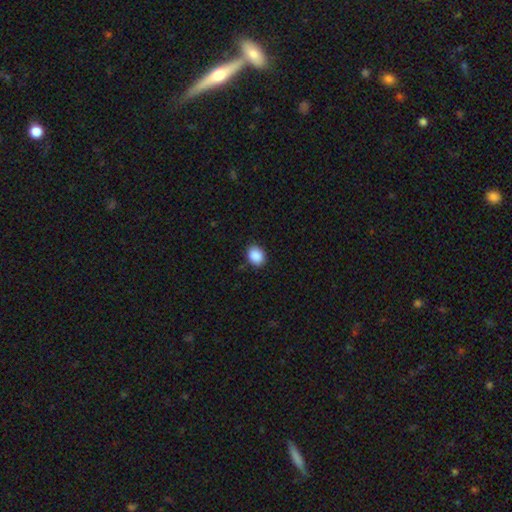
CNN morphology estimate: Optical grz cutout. It shows a smooth galaxy with no disk features (89%) that is in between round and cigar-shaped (53%). Merging: none (87%).